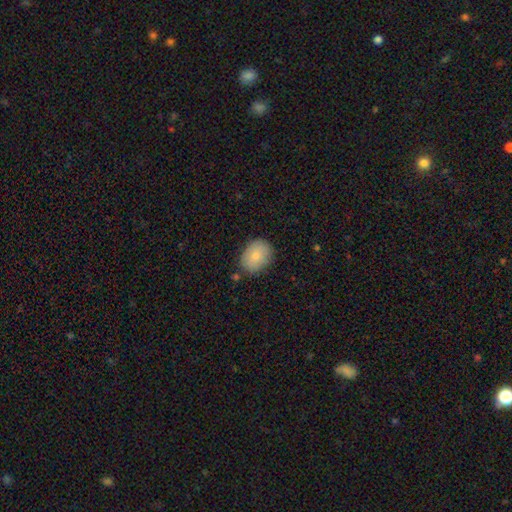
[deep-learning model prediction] A smooth galaxy with no disk features (81%) that is in between round and cigar-shaped (65%).

Vote fractions:
- Smooth or featured? smooth: 81% / featured or disk: 11% / star or artifact: 7%
- How rounded? in between: 65% / round: 34% / cigar-shaped: 1%
- Merging? none: 80% / minor disturbance: 15% / major disturbance: 3% / merger: 2%